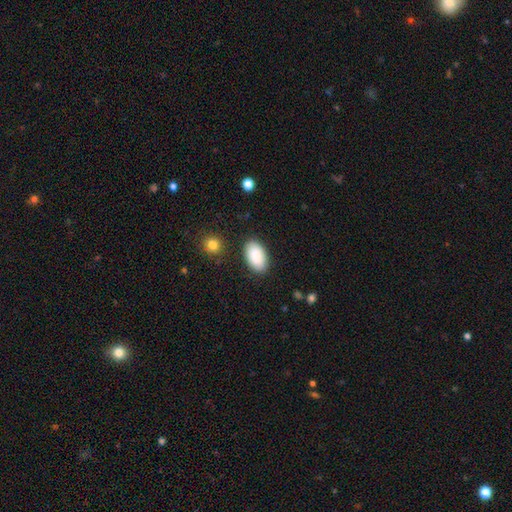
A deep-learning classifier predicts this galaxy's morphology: The model was most divided on "merging": none: 87%, minor disturbance: 9%, major disturbance: 2%, merger: 2%. More confident: how rounded — in between (95%); smooth or featured — smooth (90%).